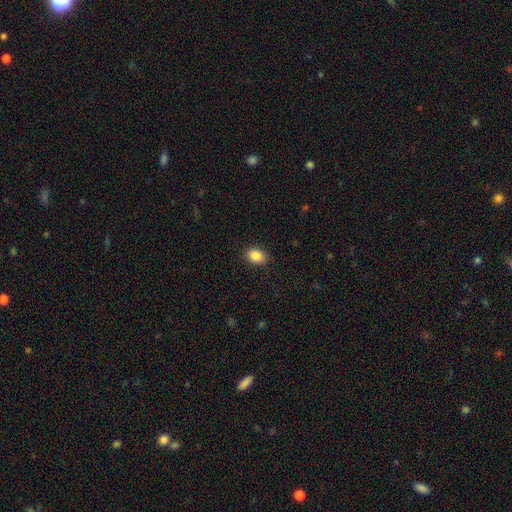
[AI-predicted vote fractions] smooth 88%, star or artifact 8%, featured or disk 4%. Down the decision tree: how rounded — in between (73%); merging — none (89%).